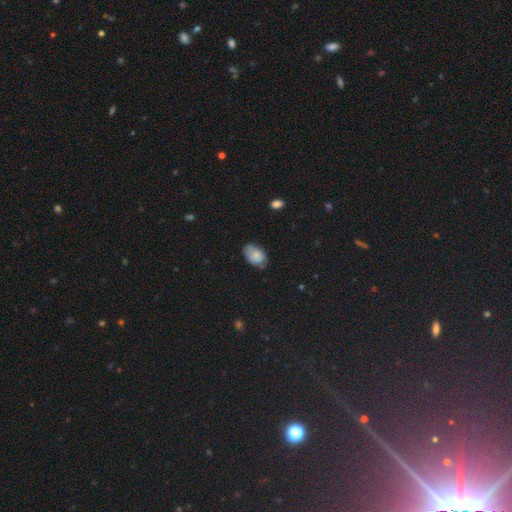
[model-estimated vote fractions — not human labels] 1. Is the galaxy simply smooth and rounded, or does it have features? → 77% smooth, 14% featured or disk, 9% star or artifact.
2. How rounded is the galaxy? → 90% in between, 9% round, 1% cigar-shaped.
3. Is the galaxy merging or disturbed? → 63% none, 29% minor disturbance, 6% major disturbance, 2% merger.